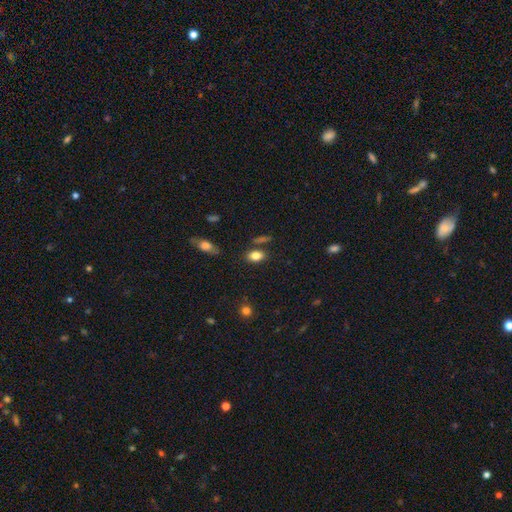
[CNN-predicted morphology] smooth-or-featured: smooth: 81% | star or artifact: 9% | featured or disk: 9%
  how-rounded: in between: 84% | round: 13% | cigar-shaped: 3%
  merging: none: 77% | minor disturbance: 12% | merger: 7% | major disturbance: 3%